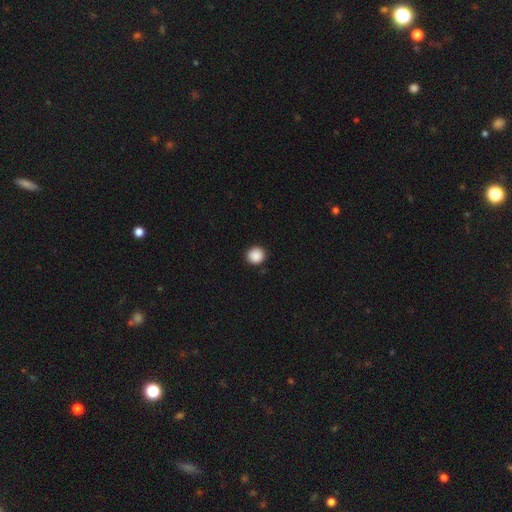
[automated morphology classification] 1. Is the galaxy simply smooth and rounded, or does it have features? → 89% smooth, 9% star or artifact, 2% featured or disk.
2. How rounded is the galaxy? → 91% round, 8% in between, 1% cigar-shaped.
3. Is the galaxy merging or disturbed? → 91% none, 6% minor disturbance, 2% major disturbance, 1% merger.